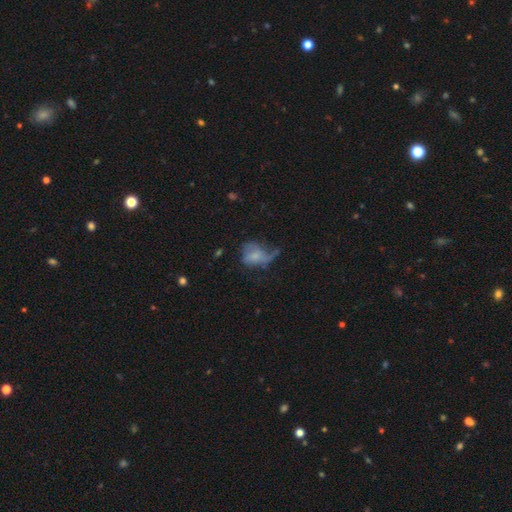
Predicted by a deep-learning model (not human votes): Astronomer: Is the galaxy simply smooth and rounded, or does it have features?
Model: smooth — 51% (runner-up: featured or disk, 38%).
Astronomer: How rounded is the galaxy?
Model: in between — 69%.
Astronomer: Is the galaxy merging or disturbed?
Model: major disturbance — 48% (runner-up: minor disturbance, 25%).